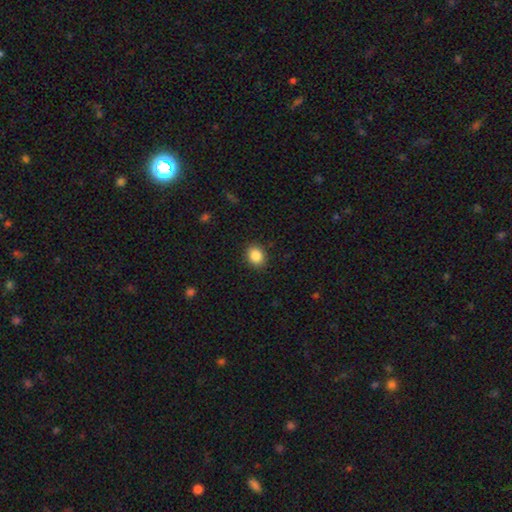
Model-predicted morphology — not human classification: Smooth or featured: smooth — 86% (star or artifact — 9%)
How rounded: round — 56% (in between — 43%)
Merging: none — 90% (minor disturbance — 7%)